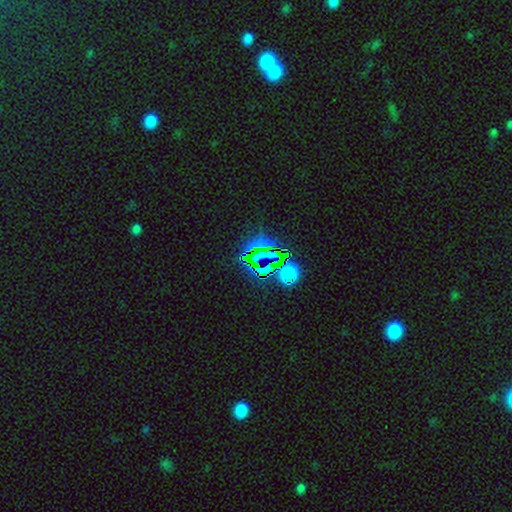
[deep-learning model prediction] This is likely a star or artifact rather than a galaxy (79%).